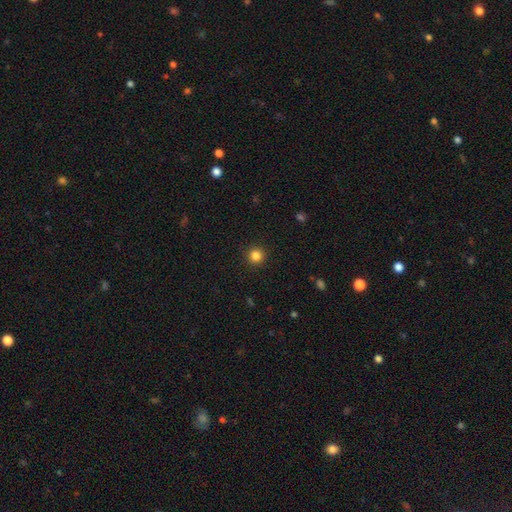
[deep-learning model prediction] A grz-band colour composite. It shows a smooth galaxy with no disk features (84%) that is round (96%). Merging: none (93%).